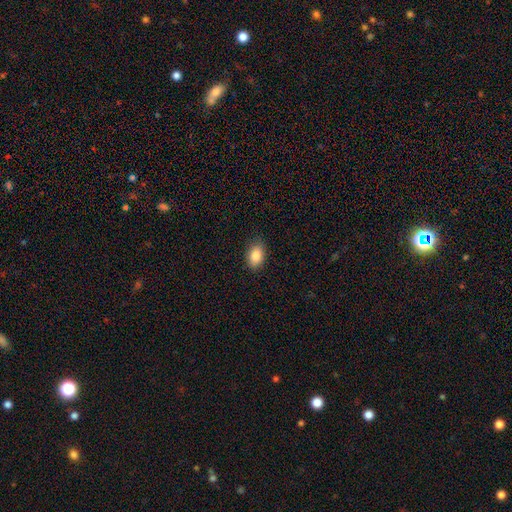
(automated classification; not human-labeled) smooth-or-featured: smooth: 86% | star or artifact: 8% | featured or disk: 6%
  how-rounded: in between: 85% | round: 13% | cigar-shaped: 1%
  merging: none: 85% | minor disturbance: 11% | major disturbance: 2% | merger: 1%